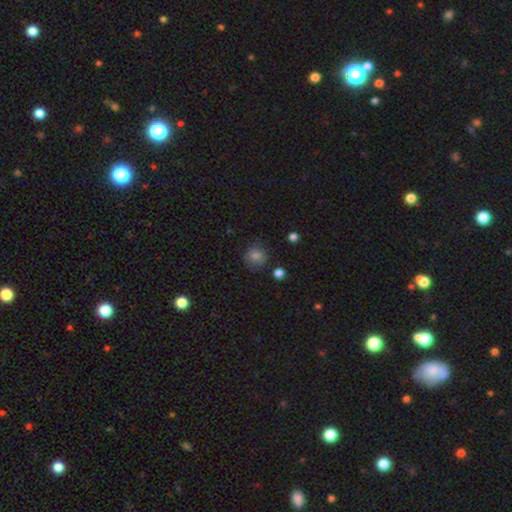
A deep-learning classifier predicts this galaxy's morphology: Smooth or featured?
  - smooth: 81% *
  - star or artifact: 12%
  - featured or disk: 7%
How rounded?
  - round: 89% *
  - in between: 10%
  - cigar-shaped: 1%
Merging?
  - none: 80% *
  - minor disturbance: 14%
  - major disturbance: 4%
  - merger: 2%